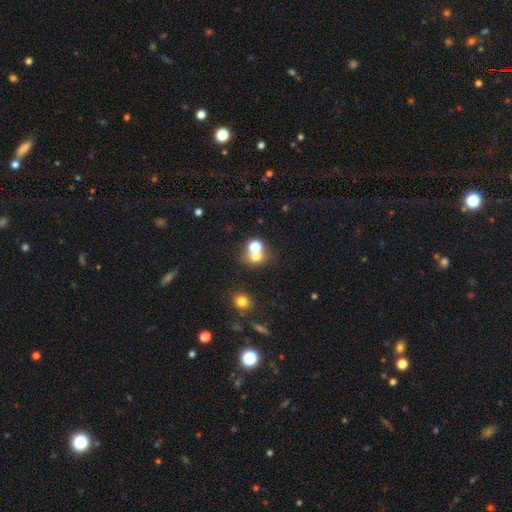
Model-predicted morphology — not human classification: A smooth galaxy with no disk features (66%) that is round (77%).

Vote fractions:
- Smooth or featured? smooth: 66% / star or artifact: 21% / featured or disk: 13%
- How rounded? round: 77% / in between: 22% / cigar-shaped: 1%
- Merging? none: 46% / merger: 43% / minor disturbance: 7% / major disturbance: 4%